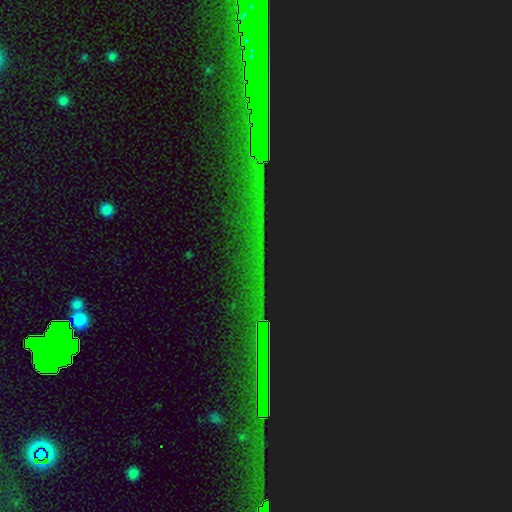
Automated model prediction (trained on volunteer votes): The model was most divided on "smooth or featured": star or artifact: 79%, featured or disk: 12%, smooth: 9%.